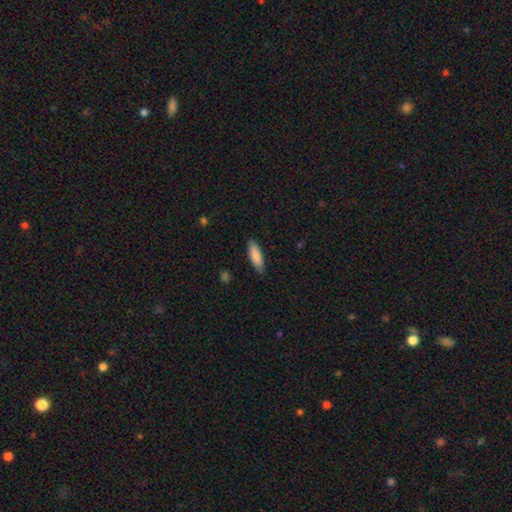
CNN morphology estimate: Overall: smooth (87%). How rounded: in between (52%; cigar-shaped 46%). Merging: none (86%).